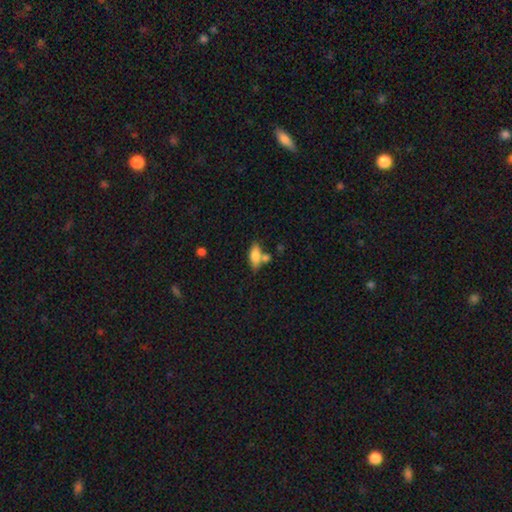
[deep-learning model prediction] Smooth or featured?
  - smooth: 77% *
  - featured or disk: 15%
  - star or artifact: 7%
How rounded?
  - in between: 76% *
  - cigar-shaped: 21%
  - round: 3%
Merging?
  - none: 59% *
  - merger: 22%
  - minor disturbance: 15%
  - major disturbance: 5%